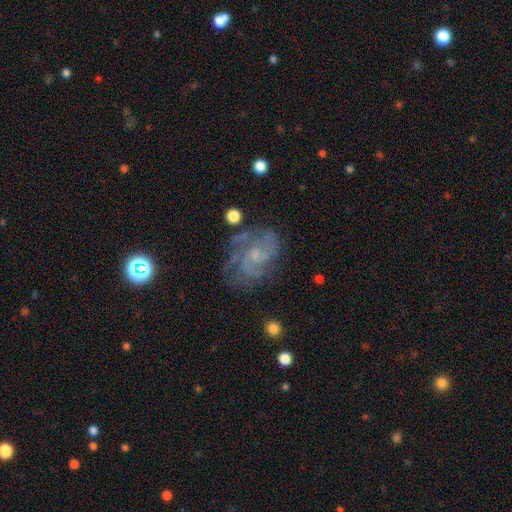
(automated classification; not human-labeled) Smooth or featured? Predicted: featured or disk (p=0.79). Edge-on disk? Predicted: no (p=0.98). Bar? Predicted: no (p=0.64). Spiral arms? Predicted: yes (p=0.92). Spiral winding? Predicted: medium (p=0.46). Spiral arm count? Predicted: can't tell (p=0.29). Bulge size? Predicted: small (p=0.61). Merging? Predicted: none (p=0.66).